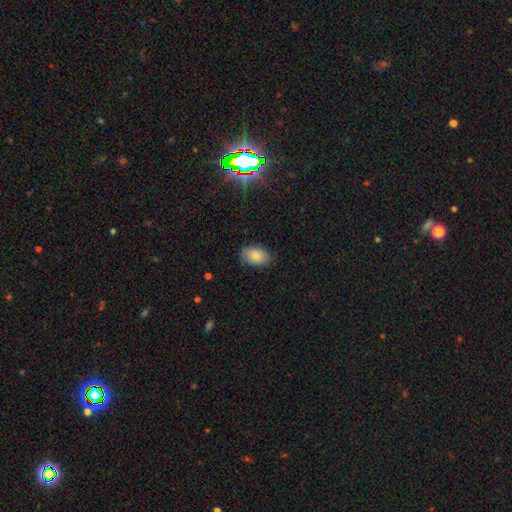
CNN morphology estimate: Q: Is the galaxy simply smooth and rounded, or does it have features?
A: smooth — 84%.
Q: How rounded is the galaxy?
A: in between — 87%.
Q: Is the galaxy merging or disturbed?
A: none — 84%.